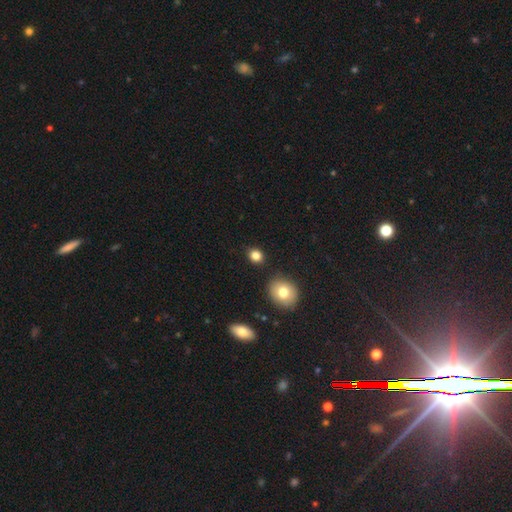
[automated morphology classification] type=smooth (84%); roundness=round (70%); merging=none (86%).